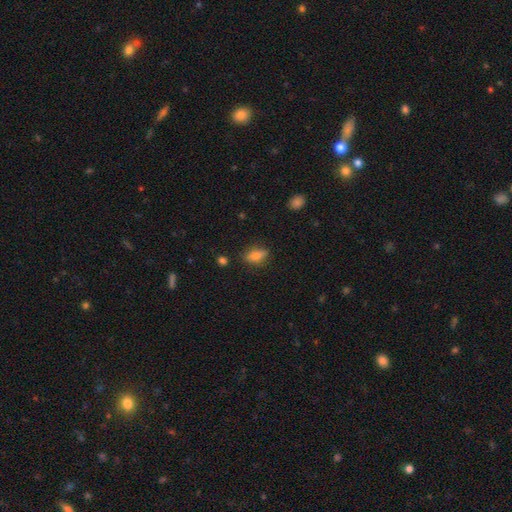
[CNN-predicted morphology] This is likely a smooth galaxy (77%). How rounded: likely in between (78%). Merging: likely none (78%).